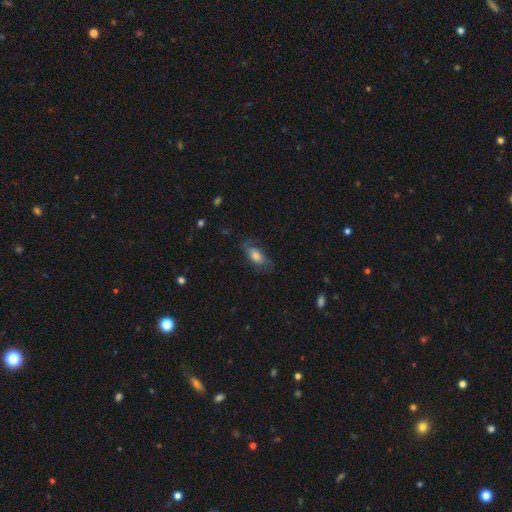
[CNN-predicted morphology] Q: Smooth or featured?
A: smooth (68%); runner-up: featured or disk (24%)
Q: How rounded?
A: in between (82%); runner-up: cigar-shaped (14%)
Q: Merging?
A: none (66%); runner-up: minor disturbance (23%)